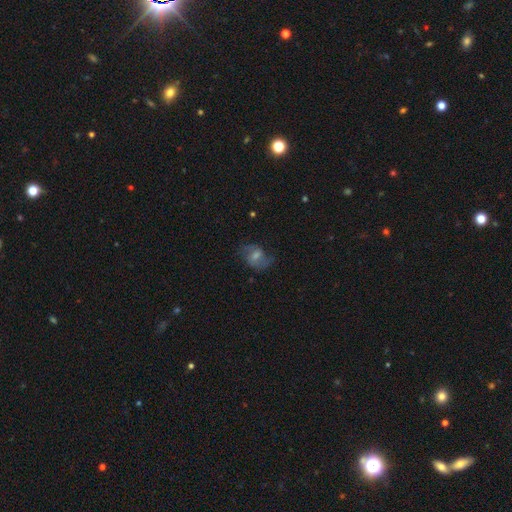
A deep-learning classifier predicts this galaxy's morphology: Smooth or featured: featured or disk — 62% (smooth — 24%)
Edge-on disk: no — 96% (yes — 4%)
Bar: weak — 50% (no — 36%)
Spiral arms: yes — 87% (no — 13%)
Spiral winding: medium — 49% (loose — 32%)
Spiral arm count: 2 — 83% (can't tell — 10%)
Bulge size: moderate — 49% (small — 33%)
Merging: none — 72% (minor disturbance — 17%)